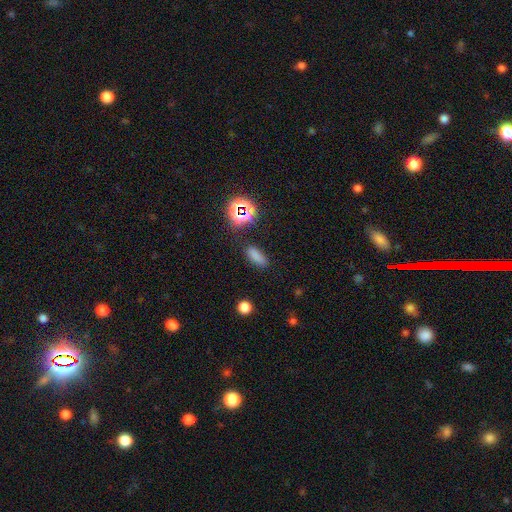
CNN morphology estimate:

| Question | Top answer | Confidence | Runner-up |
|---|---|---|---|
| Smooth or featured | smooth | 73% | star or artifact (20%) |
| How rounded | in between | 66% | cigar-shaped (29%) |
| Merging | none | 81% | minor disturbance (12%) |